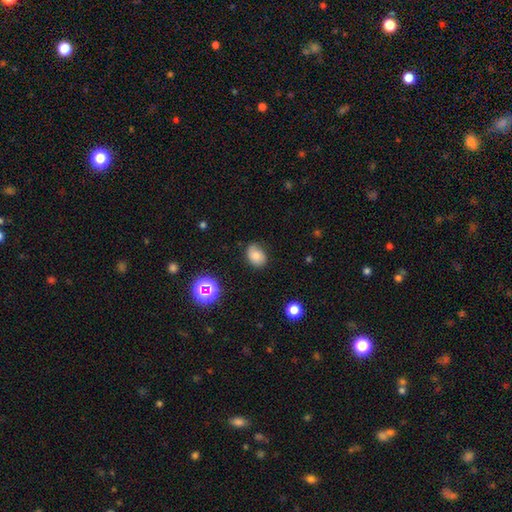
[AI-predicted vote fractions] Overall: smooth (77%). How rounded: in between (72%). Merging: none (75%).